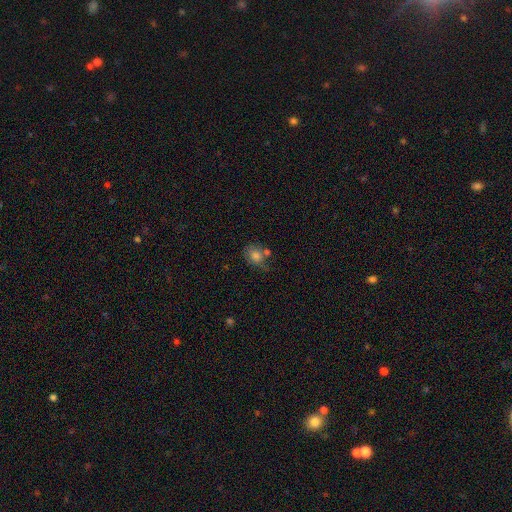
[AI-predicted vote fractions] Morphology: type=smooth (76%); roundness=round (53%); merging=none (46%).